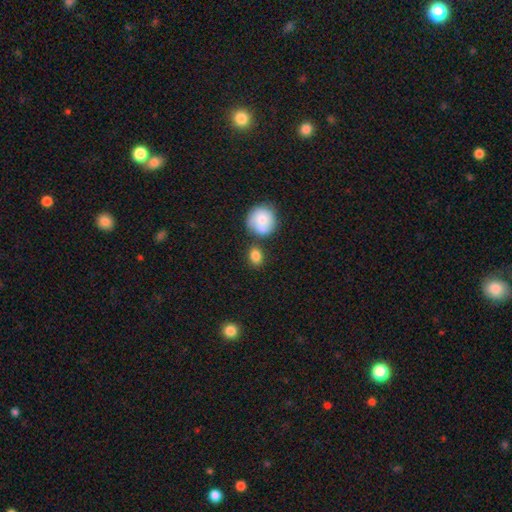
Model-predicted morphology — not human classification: type=smooth (86%); roundness=in between (56%); merging=none (70%).